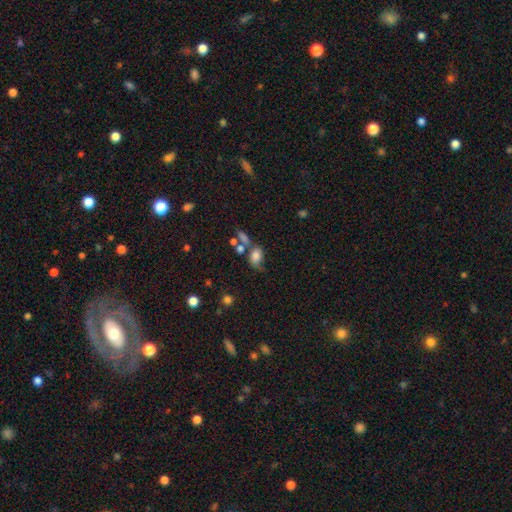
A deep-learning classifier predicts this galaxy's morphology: Smooth or featured: smooth — 73% (featured or disk — 15%)
How rounded: in between — 71% (round — 26%)
Merging: none — 33% (merger — 26%)